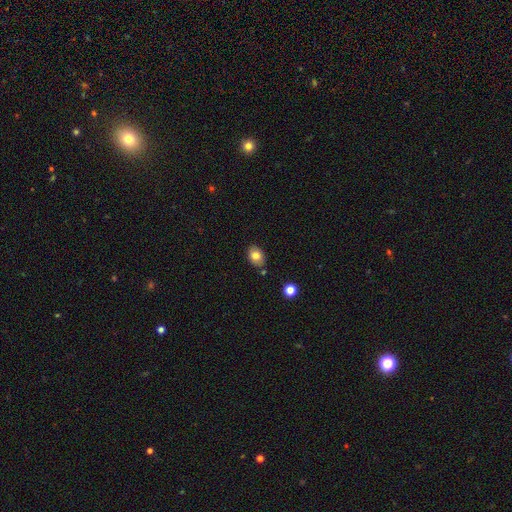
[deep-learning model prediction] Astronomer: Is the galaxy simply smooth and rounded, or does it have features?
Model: smooth — 81%.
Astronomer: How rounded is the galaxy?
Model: in between — 74%.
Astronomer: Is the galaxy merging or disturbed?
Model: none — 80%.